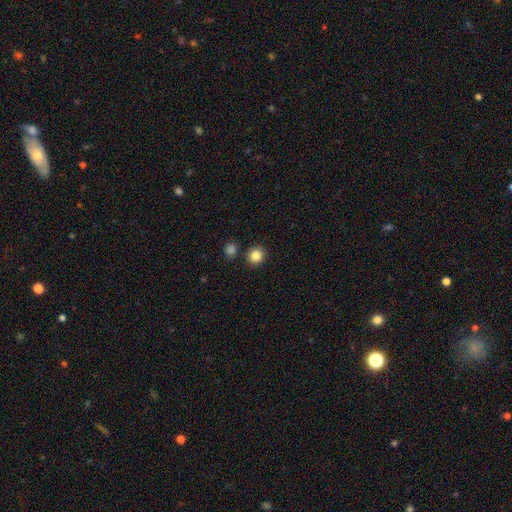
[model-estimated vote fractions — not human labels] smooth-or-featured: smooth: 85% | star or artifact: 10% | featured or disk: 5%
  how-rounded: round: 85% | in between: 15% | cigar-shaped: 1%
  merging: none: 87% | minor disturbance: 6% | merger: 5% | major disturbance: 2%